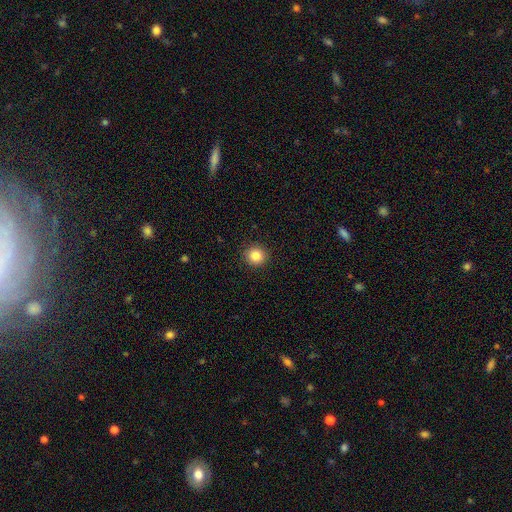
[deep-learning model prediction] A smooth galaxy with no disk features (86%) that is round (91%).

Vote fractions:
- Smooth or featured? smooth: 86% / star or artifact: 10% / featured or disk: 5%
- How rounded? round: 91% / in between: 8% / cigar-shaped: 1%
- Merging? none: 92% / minor disturbance: 5% / major disturbance: 2% / merger: 1%